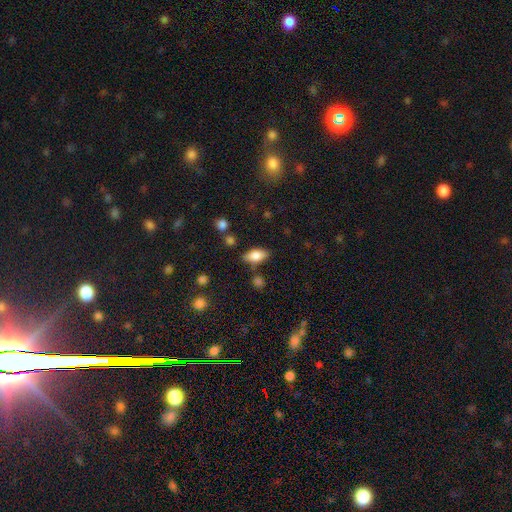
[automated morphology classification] A smooth galaxy with no disk features (79%) that is in between round and cigar-shaped (88%). Merging: none (79%).